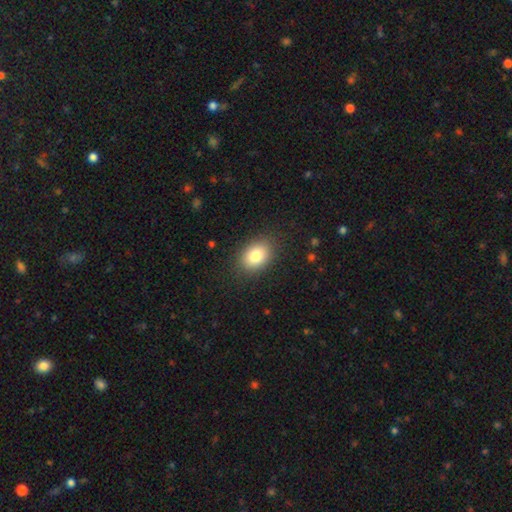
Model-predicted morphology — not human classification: This is clearly a smooth galaxy (82%). How rounded: likely in between (71%). Merging: clearly none (86%).